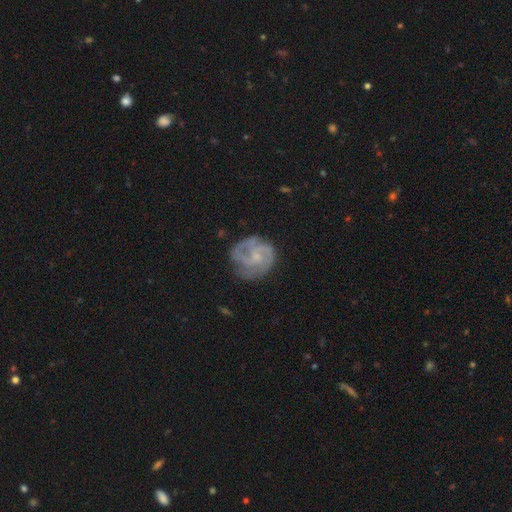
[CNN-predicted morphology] Overall: featured or disk (81%). Edge-on disk: no (98%). Bar: no (61%; weak 34%). Spiral arms: yes (94%). Spiral arm count: 3 (41%; 2 27%). Spiral winding: medium (46%; tight 41%). Bulge size: small (66%). Merging: none (68%).